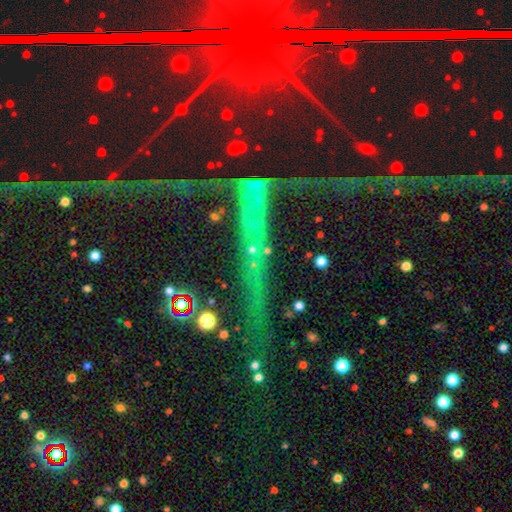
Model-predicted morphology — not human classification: The model was most divided on "smooth or featured": star or artifact: 52%, featured or disk: 30%, smooth: 18%.